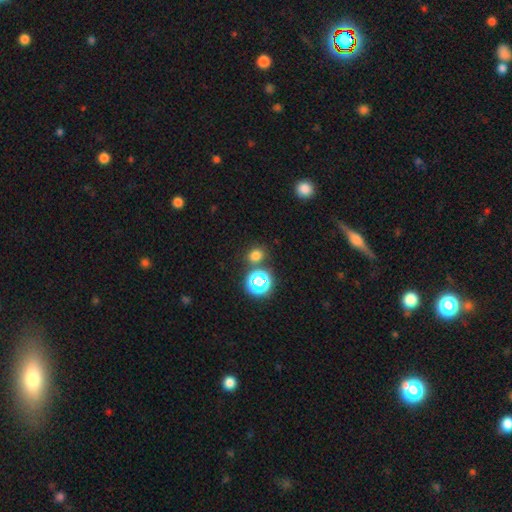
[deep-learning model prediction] The model was most divided on "smooth or featured": smooth: 71%, star or artifact: 24%, featured or disk: 5%. More confident: merging — none (77%); how rounded — round (73%).